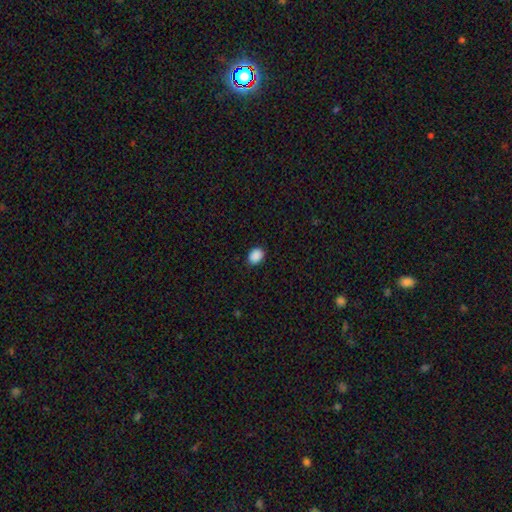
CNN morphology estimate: Smooth or featured? smooth (89%)
How rounded? in between (58%)
Merging? none (88%)